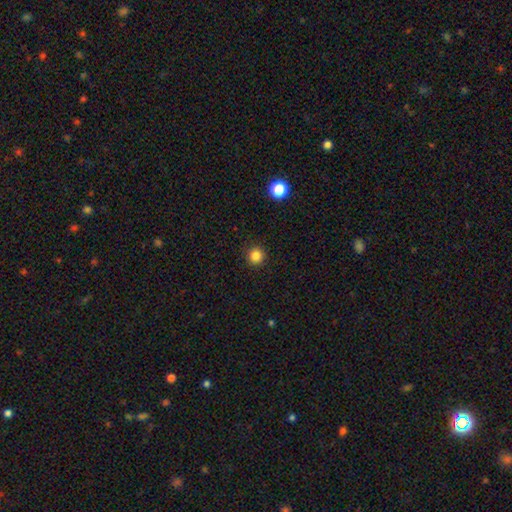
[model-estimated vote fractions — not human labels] Smooth or featured?
  - smooth: 84% *
  - star or artifact: 12%
  - featured or disk: 4%
How rounded?
  - round: 94% *
  - in between: 5%
  - cigar-shaped: 1%
Merging?
  - none: 91% *
  - minor disturbance: 6%
  - major disturbance: 2%
  - merger: 1%